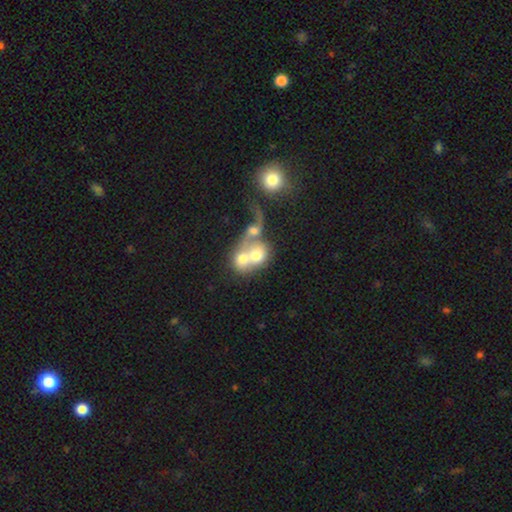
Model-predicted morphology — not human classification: Q: Smooth or featured?
A: smooth (54%); runner-up: featured or disk (36%)
Q: How rounded?
A: round (59%); runner-up: in between (39%)
Q: Merging?
A: merger (76%); runner-up: none (10%)